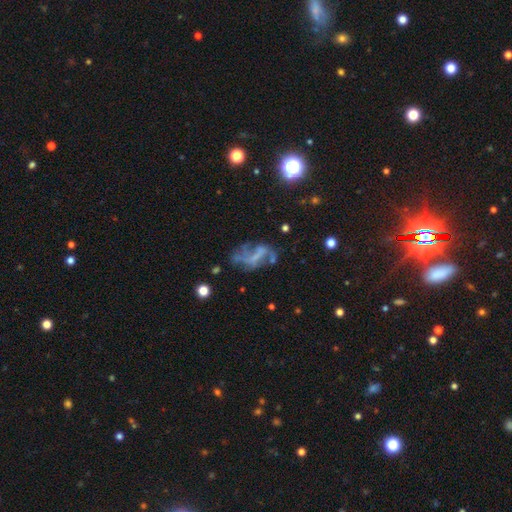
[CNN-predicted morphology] Smooth or featured? Predicted: featured or disk (p=0.63). Edge-on disk? Predicted: no (p=0.95). Bar? Predicted: no (p=0.49). Spiral arms? Predicted: yes (p=0.51). Bulge size? Predicted: none (p=0.71). Merging? Predicted: none (p=0.40).